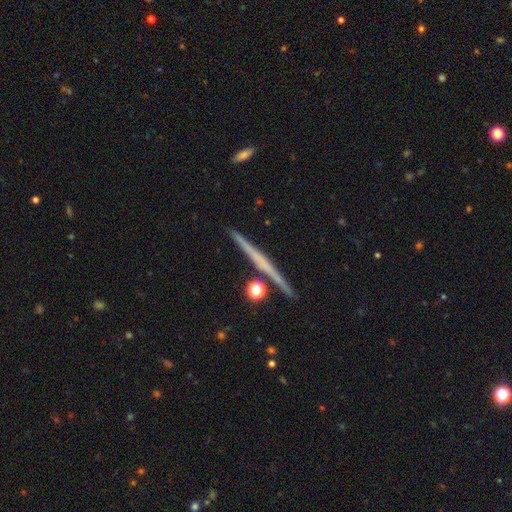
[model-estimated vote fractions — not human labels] This appears to be a featured or disk galaxy (62%) viewed edge-on (98%) with no central bulge (80%). Merging: none (90%).